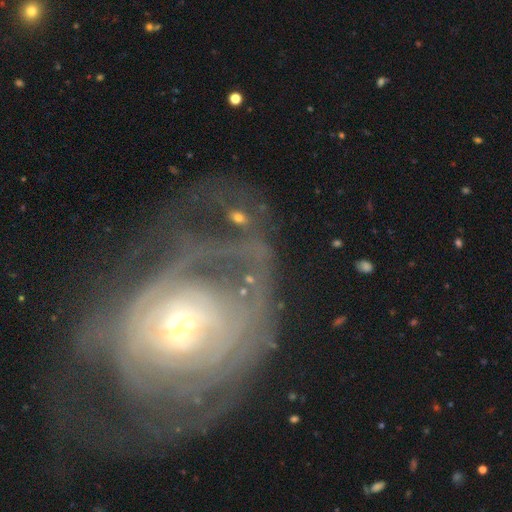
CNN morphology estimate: featured or disk 77%, smooth 13%, star or artifact 10%. Down the decision tree: edge-on disk — no (95%); bar — no (63%); spiral arms — yes (72%); spiral arm count — can't tell (52%); spiral winding — tight (65%); bulge size — small (56%); merging — none (42%).